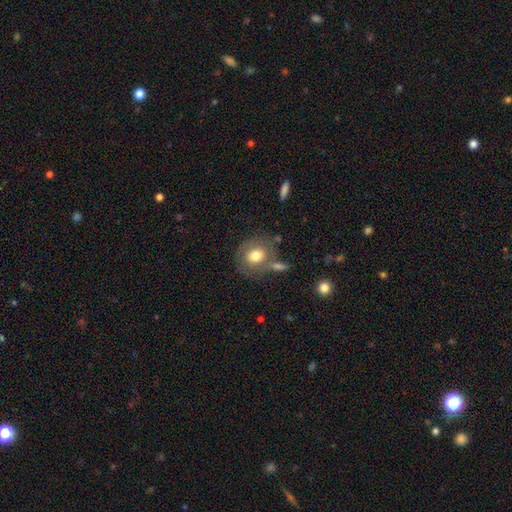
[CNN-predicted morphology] Smooth or featured? Predicted: smooth (p=0.69). How rounded? Predicted: round (p=0.69). Merging? Predicted: none (p=0.64).